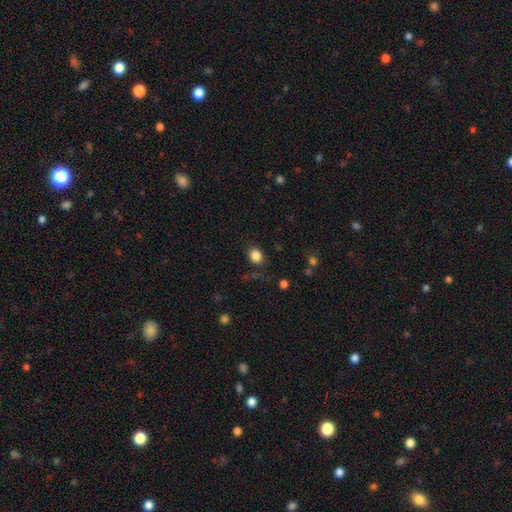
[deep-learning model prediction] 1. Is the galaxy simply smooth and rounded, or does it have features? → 84% smooth, 11% star or artifact, 5% featured or disk.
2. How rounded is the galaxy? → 62% round, 38% in between, 1% cigar-shaped.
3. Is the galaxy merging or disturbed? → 79% none, 13% minor disturbance, 5% major disturbance, 2% merger.